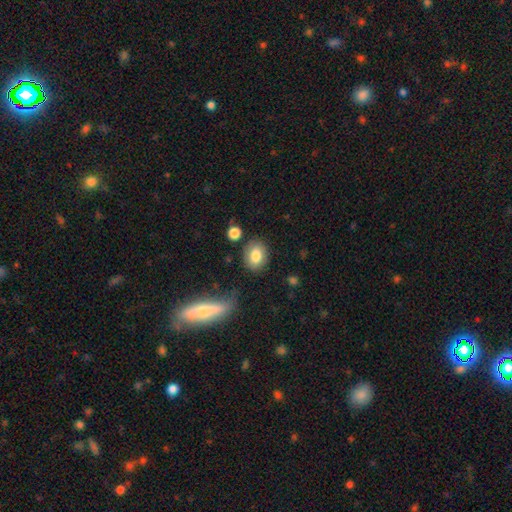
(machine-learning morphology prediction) smooth_or_featured: smooth (p=0.81) [alt: featured or disk p=0.11]
how_rounded: in between (p=0.61) [alt: round p=0.37]
merging: none (p=0.81) [alt: minor disturbance p=0.12]